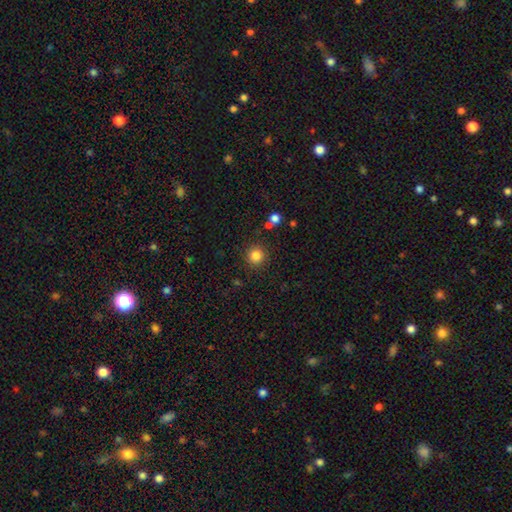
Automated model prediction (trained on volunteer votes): Smooth or featured? smooth (83%)
How rounded? round (94%)
Merging? none (88%)